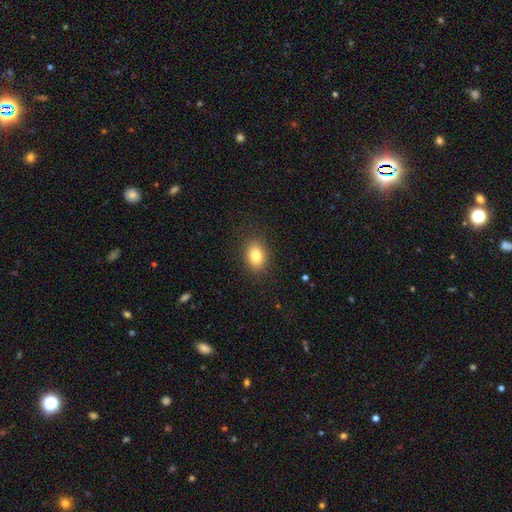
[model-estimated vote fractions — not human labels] Q: Smooth or featured?
A: smooth (81%); runner-up: star or artifact (10%)
Q: How rounded?
A: in between (65%); runner-up: round (34%)
Q: Merging?
A: none (88%); runner-up: minor disturbance (8%)